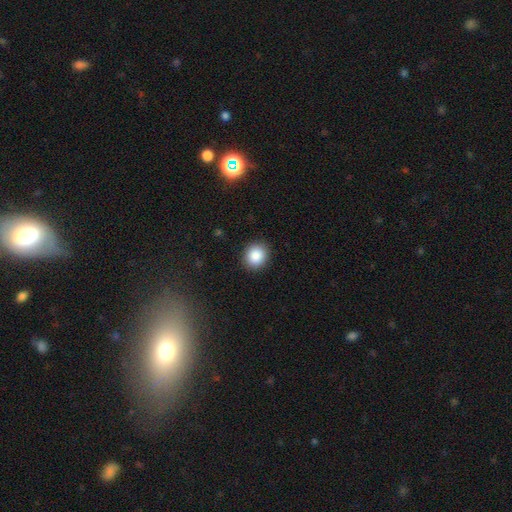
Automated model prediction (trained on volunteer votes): smooth-or-featured: smooth: 87% | star or artifact: 9% | featured or disk: 4%
  how-rounded: round: 82% | in between: 17% | cigar-shaped: 1%
  merging: none: 90% | minor disturbance: 6% | major disturbance: 2% | merger: 1%